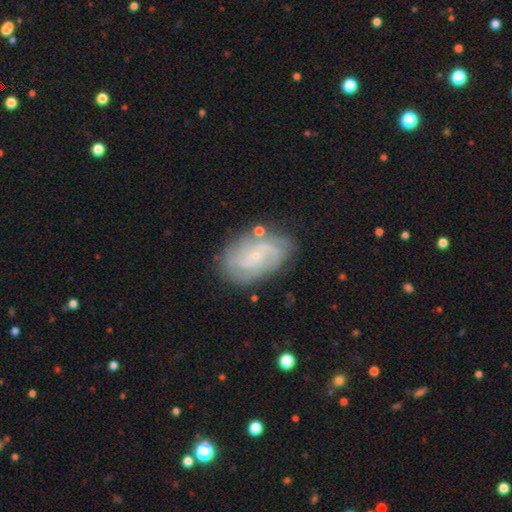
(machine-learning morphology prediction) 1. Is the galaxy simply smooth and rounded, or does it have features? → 78% featured or disk, 15% smooth, 7% star or artifact.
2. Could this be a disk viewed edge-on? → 96% no, 4% yes.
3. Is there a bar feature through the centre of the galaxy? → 58% no, 35% weak, 7% strong.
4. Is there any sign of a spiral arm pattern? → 93% yes, 7% no.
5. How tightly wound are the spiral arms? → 46% tight, 39% medium, 15% loose.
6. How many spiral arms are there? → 39% 2, 28% can't tell, 16% 3, 7% 4, 4% 1, 4% more than 4.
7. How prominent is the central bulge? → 81% small, 11% moderate, 6% none, 1% large, 1% dominant.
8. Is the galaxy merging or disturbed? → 76% none, 16% minor disturbance, 5% major disturbance, 3% merger.